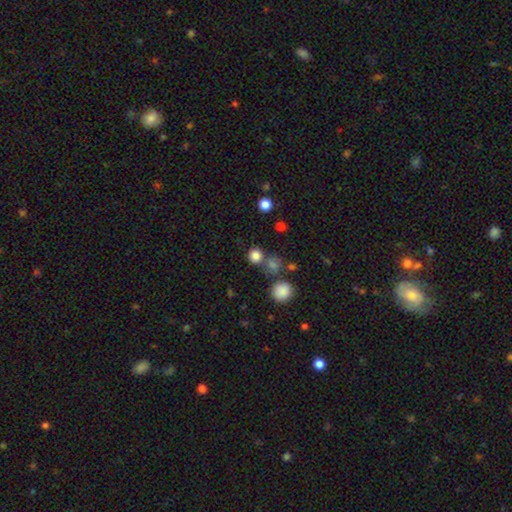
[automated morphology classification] A smooth galaxy with no disk features (81%) that is round (90%).

Vote fractions:
- Smooth or featured? smooth: 81% / star or artifact: 14% / featured or disk: 5%
- How rounded? round: 90% / in between: 9% / cigar-shaped: 1%
- Merging? none: 69% / merger: 19% / minor disturbance: 8% / major disturbance: 4%